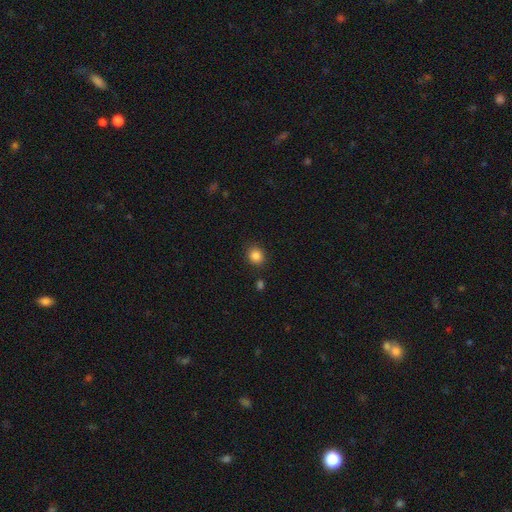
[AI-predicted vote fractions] This appears to be a smooth galaxy with no disk features (86%) that is round (77%). Merging: none (88%).